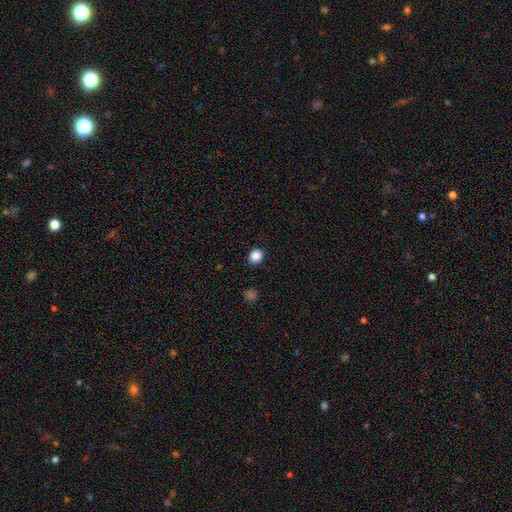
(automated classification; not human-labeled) Smooth or featured? Predicted: smooth (p=0.87). How rounded? Predicted: round (p=0.76). Merging? Predicted: none (p=0.91).